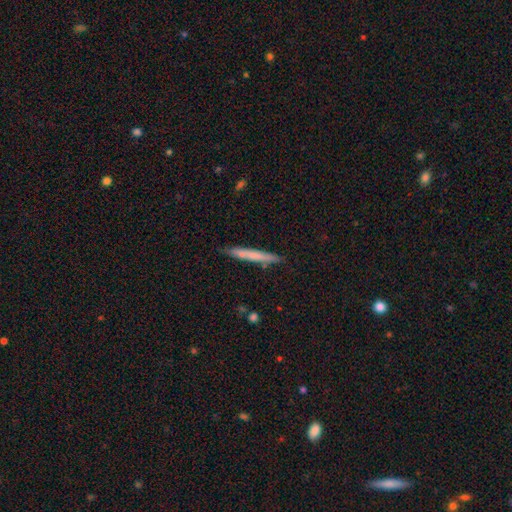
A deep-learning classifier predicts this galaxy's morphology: Smooth or featured? Predicted: smooth (p=0.66). How rounded? Predicted: cigar-shaped (p=0.95). Merging? Predicted: none (p=0.84).